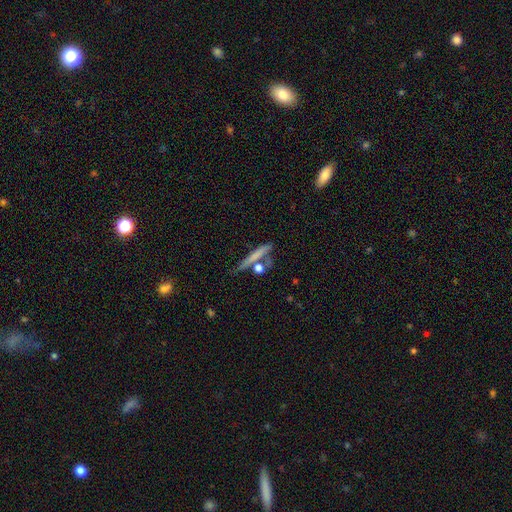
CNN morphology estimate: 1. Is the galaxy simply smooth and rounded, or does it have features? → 59% smooth, 33% featured or disk, 8% star or artifact.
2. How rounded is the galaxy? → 88% cigar-shaped, 7% in between, 5% round.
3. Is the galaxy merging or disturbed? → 64% none, 17% merger, 14% minor disturbance, 5% major disturbance.